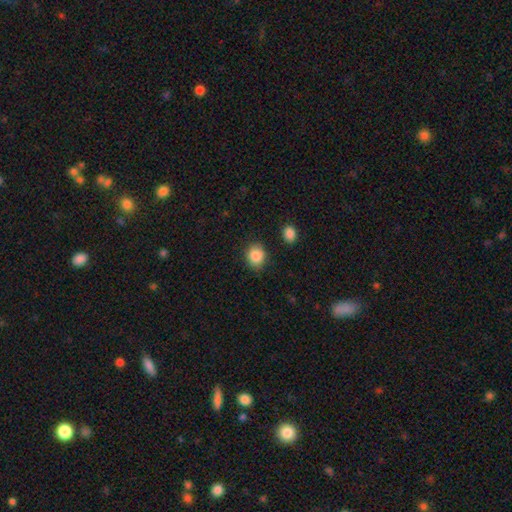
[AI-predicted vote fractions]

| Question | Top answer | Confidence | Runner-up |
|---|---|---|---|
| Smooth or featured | smooth | 86% | star or artifact (9%) |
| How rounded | round | 65% | in between (34%) |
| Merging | none | 81% | minor disturbance (13%) |